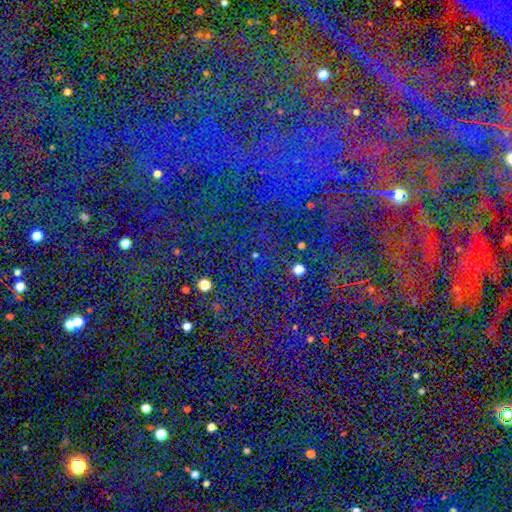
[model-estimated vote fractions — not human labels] smooth_or_featured: star or artifact (p=0.78) [alt: smooth p=0.14]